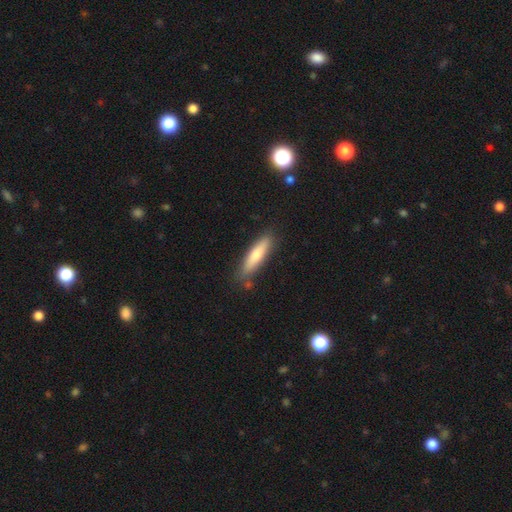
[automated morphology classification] A smooth galaxy with no disk features (69%) that is cigar-shaped (77%). Merging: none (82%).